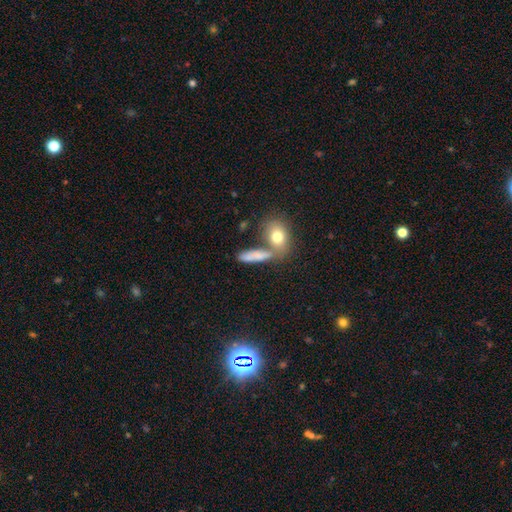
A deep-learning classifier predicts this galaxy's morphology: The model was most divided on "how rounded": in between: 50%, cigar-shaped: 39%, round: 11%. More confident: smooth or featured — smooth (75%); merging — none (54%).